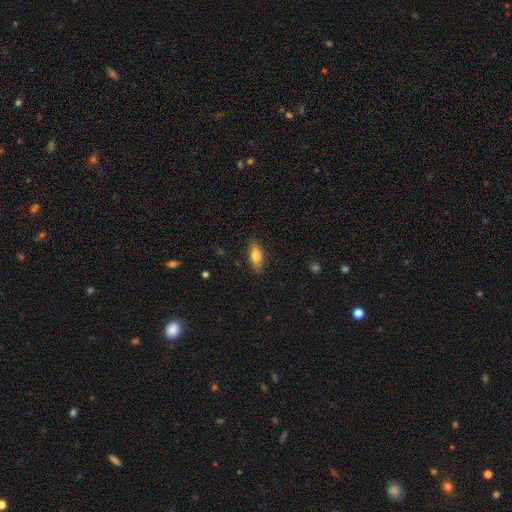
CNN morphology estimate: smooth_or_featured: smooth (p=0.73) [alt: featured or disk p=0.20]
how_rounded: in between (p=0.71) [alt: cigar-shaped p=0.26]
merging: none (p=0.86) [alt: minor disturbance p=0.10]